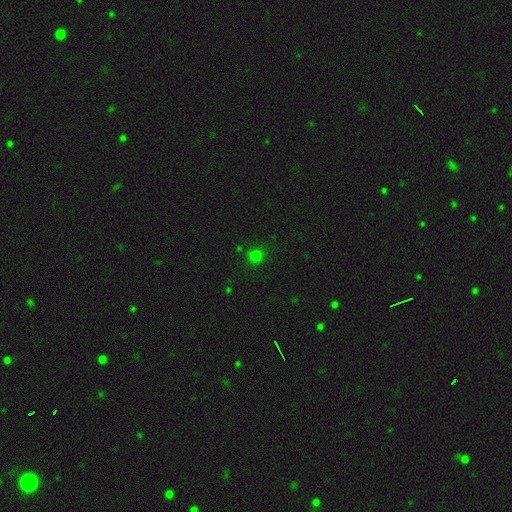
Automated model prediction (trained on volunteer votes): Overall: smooth (73%). How rounded: round (91%). Merging: none (87%).